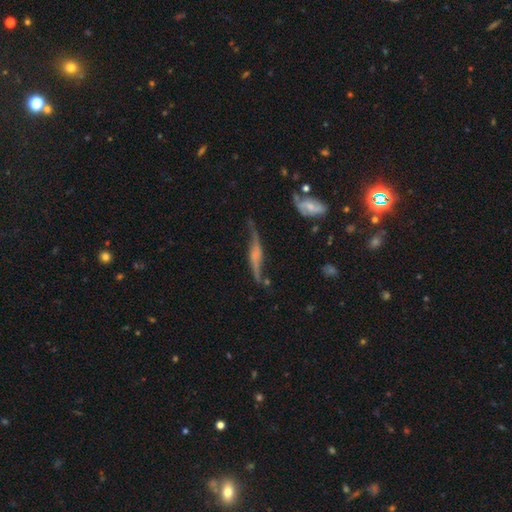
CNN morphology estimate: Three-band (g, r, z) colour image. It shows a featured or disk galaxy (79%) viewed edge-on (57%). Merging: none (58%).